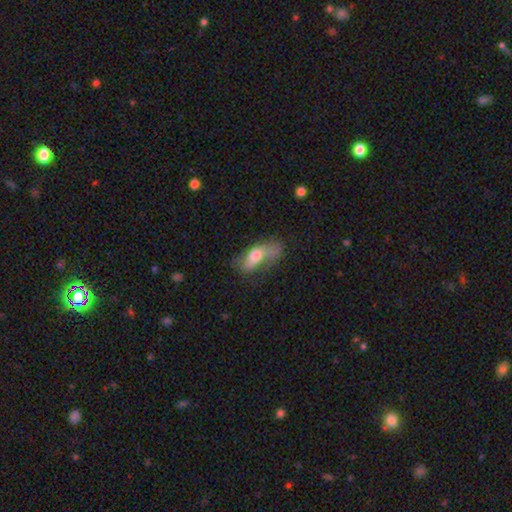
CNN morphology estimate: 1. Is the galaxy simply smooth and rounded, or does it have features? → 58% smooth, 34% featured or disk, 8% star or artifact.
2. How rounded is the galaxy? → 75% in between, 21% cigar-shaped, 5% round.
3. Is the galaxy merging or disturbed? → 33% none, 32% major disturbance, 28% minor disturbance, 7% merger.